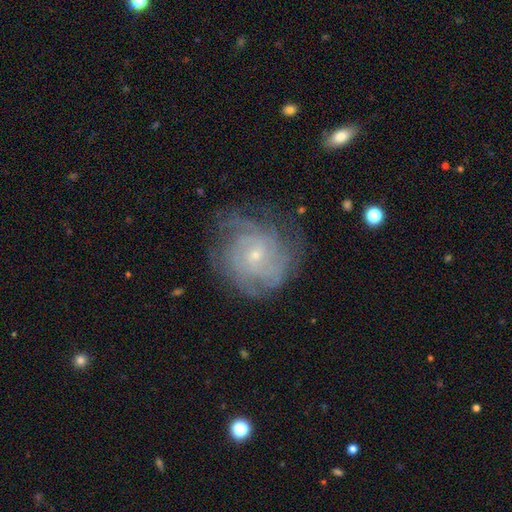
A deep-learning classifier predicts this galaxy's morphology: Smooth or featured? Predicted: featured or disk (p=0.81). Edge-on disk? Predicted: no (p=0.97). Bar? Predicted: no (p=0.67). Spiral arms? Predicted: yes (p=0.93). Spiral winding? Predicted: tight (p=0.66). Spiral arm count? Predicted: can't tell (p=0.41). Bulge size? Predicted: small (p=0.83). Merging? Predicted: none (p=0.70).